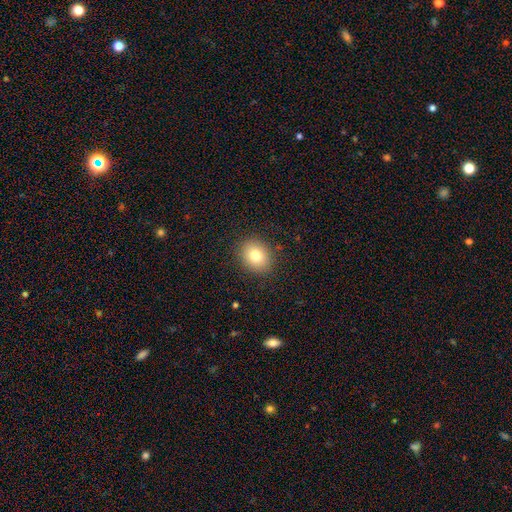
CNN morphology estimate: Smooth or featured? Predicted: smooth (p=0.79). How rounded? Predicted: round (p=0.61). Merging? Predicted: none (p=0.88).